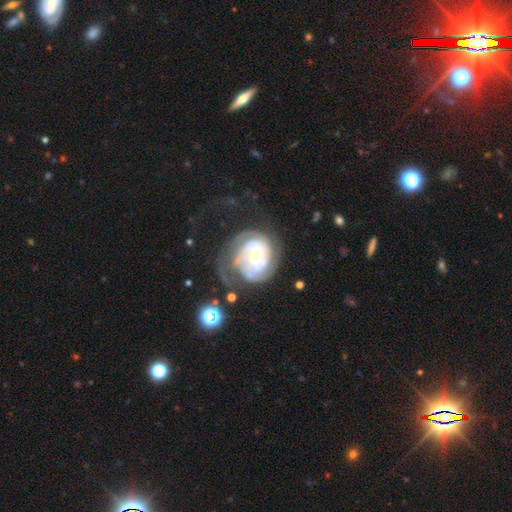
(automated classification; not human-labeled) Overall: featured or disk (76%). Edge-on disk: no (98%). Bar: no (67%). Spiral arms: yes (83%). Spiral arm count: can't tell (41%; 2 31%). Spiral winding: tight (62%; medium 27%). Bulge size: moderate (45%; small 44%). Merging: none (40%; major disturbance 32%).